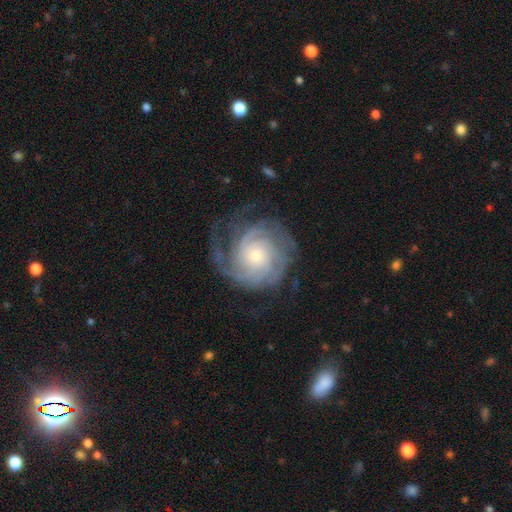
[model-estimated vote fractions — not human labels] Overall: featured or disk (88%). Edge-on disk: no (98%). Bar: no (76%). Spiral arms: yes (97%). Spiral arm count: can't tell (27%; 3 22%). Spiral winding: tight (69%). Bulge size: small (63%; moderate 31%). Merging: none (67%).